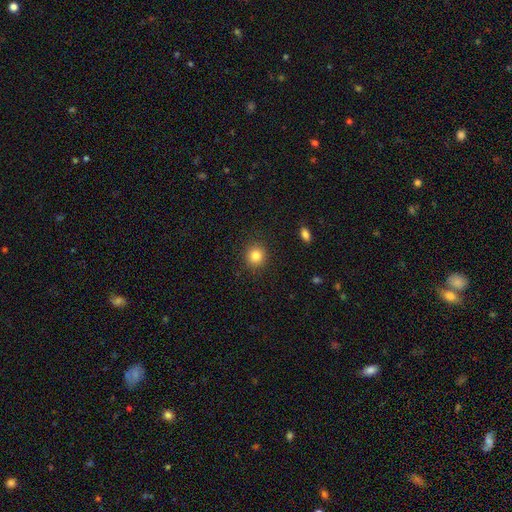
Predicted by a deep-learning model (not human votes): Morphology: type=smooth (83%); roundness=round (90%); merging=none (91%).